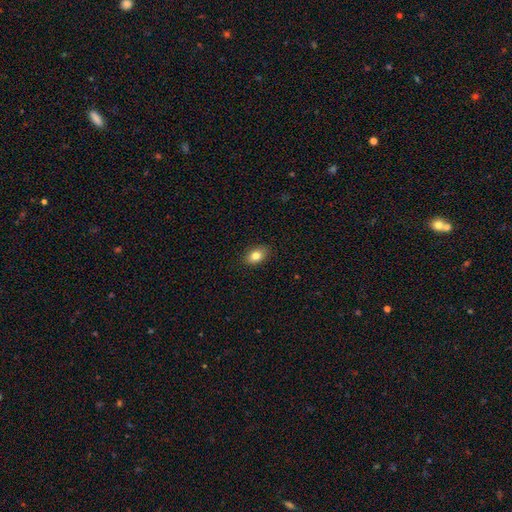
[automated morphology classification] Smooth or featured: smooth — 80% (featured or disk — 11%)
How rounded: in between — 84% (round — 14%)
Merging: none — 89% (minor disturbance — 8%)